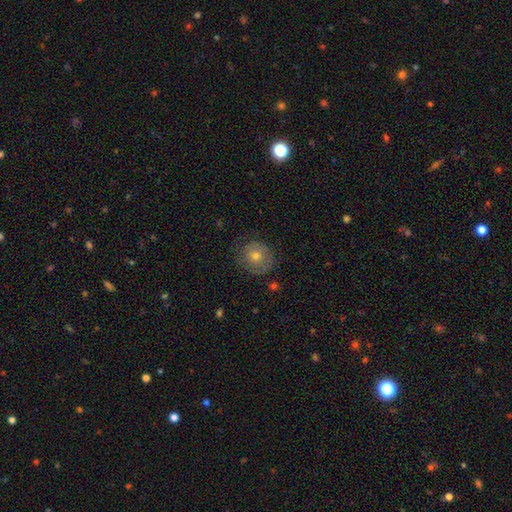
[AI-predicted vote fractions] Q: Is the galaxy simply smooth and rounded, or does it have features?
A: smooth — 61%.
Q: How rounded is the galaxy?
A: round — 86%.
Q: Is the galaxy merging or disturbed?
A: none — 72%.